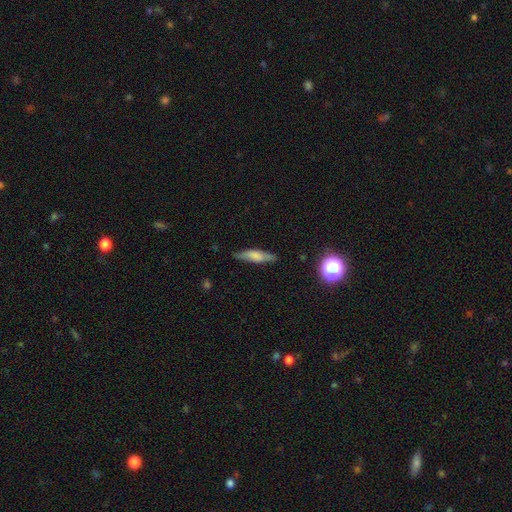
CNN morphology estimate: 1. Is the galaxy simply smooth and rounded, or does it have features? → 58% smooth, 34% featured or disk, 8% star or artifact.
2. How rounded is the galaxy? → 67% cigar-shaped, 31% in between, 2% round.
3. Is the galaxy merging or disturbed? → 77% none, 17% minor disturbance, 4% major disturbance, 2% merger.